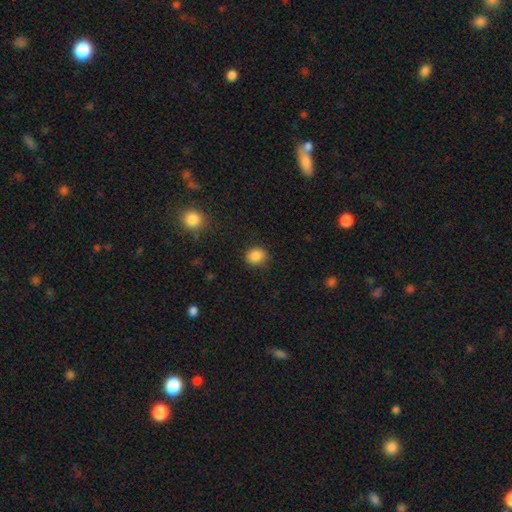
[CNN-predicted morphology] Smooth or featured?
  - smooth: 86% *
  - star or artifact: 10%
  - featured or disk: 4%
How rounded?
  - round: 76% *
  - in between: 23%
  - cigar-shaped: 1%
Merging?
  - none: 86% *
  - minor disturbance: 10%
  - major disturbance: 3%
  - merger: 1%